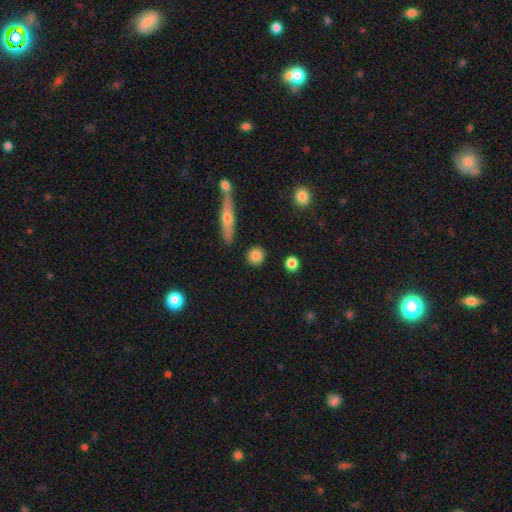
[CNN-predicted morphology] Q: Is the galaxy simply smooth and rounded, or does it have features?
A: smooth — 83%.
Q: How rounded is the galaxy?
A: round — 88%.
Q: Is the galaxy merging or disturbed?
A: none — 89%.